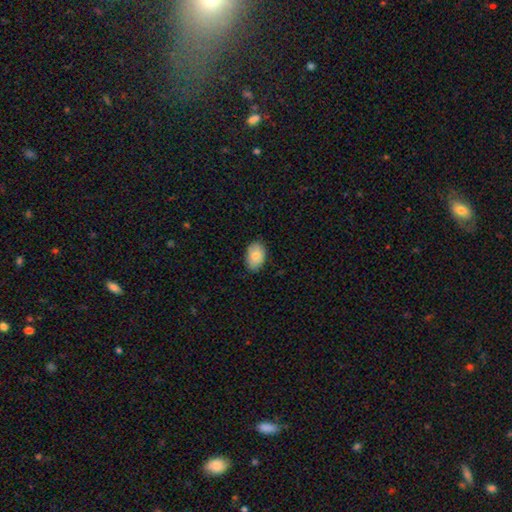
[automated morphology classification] smooth_or_featured: smooth (p=0.84) [alt: featured or disk p=0.10]
how_rounded: in between (p=0.86) [alt: round p=0.12]
merging: none (p=0.83) [alt: minor disturbance p=0.14]